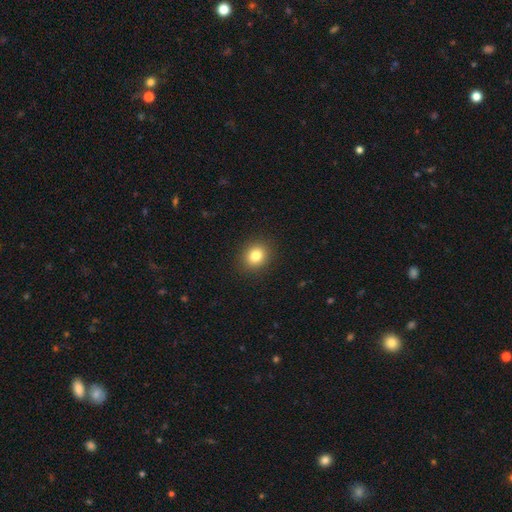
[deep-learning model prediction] smooth_or_featured: smooth (p=0.82) [alt: star or artifact p=0.11]
how_rounded: round (p=0.68) [alt: in between p=0.31]
merging: none (p=0.91) [alt: minor disturbance p=0.06]